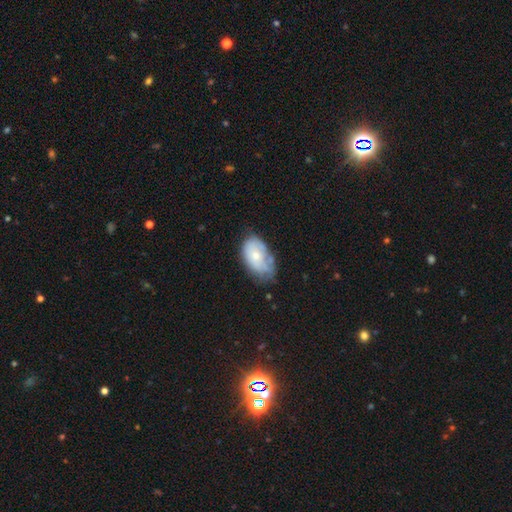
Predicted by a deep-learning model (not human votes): Smooth or featured?
  - smooth: 56% *
  - featured or disk: 37%
  - star or artifact: 7%
How rounded?
  - in between: 90% *
  - round: 8%
  - cigar-shaped: 1%
Merging?
  - none: 44% *
  - minor disturbance: 37%
  - major disturbance: 14%
  - merger: 4%